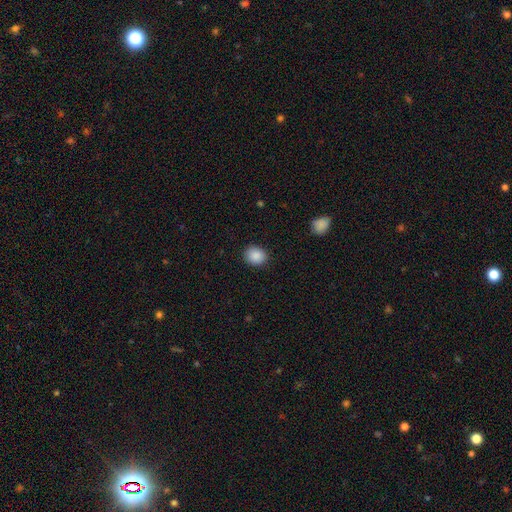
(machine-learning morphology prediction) A smooth galaxy with no disk features (89%) that is round (61%). Merging: none (89%).